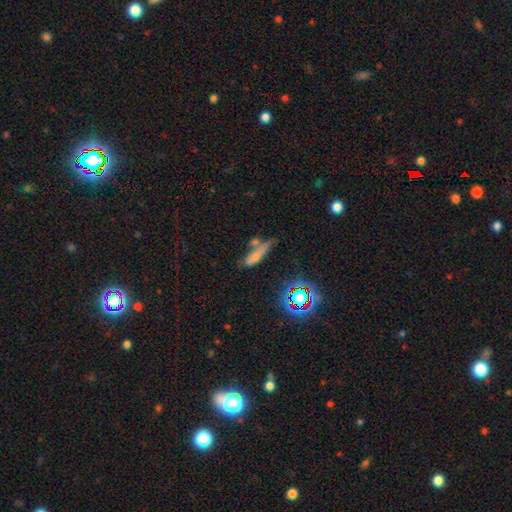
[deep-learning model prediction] smooth 57%, featured or disk 23%, star or artifact 19%. Down the decision tree: how rounded — cigar-shaped (57%); merging — none (41%).